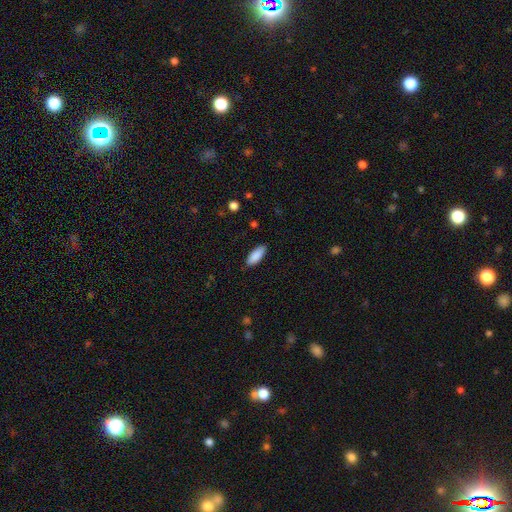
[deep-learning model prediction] Smooth or featured?
  - smooth: 89% *
  - star or artifact: 6%
  - featured or disk: 5%
How rounded?
  - in between: 78% *
  - cigar-shaped: 21%
  - round: 2%
Merging?
  - none: 87% *
  - minor disturbance: 10%
  - major disturbance: 2%
  - merger: 1%